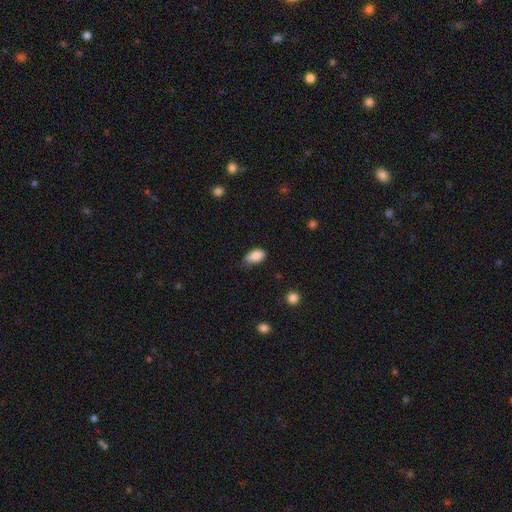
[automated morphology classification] A smooth galaxy with no disk features (87%) that is in between round and cigar-shaped (92%). Merging: none (66%).